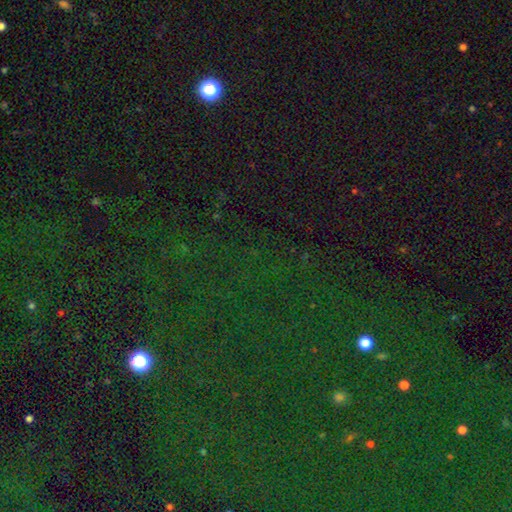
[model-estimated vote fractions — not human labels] smooth_or_featured: star or artifact (p=0.80) [alt: smooth p=0.12]